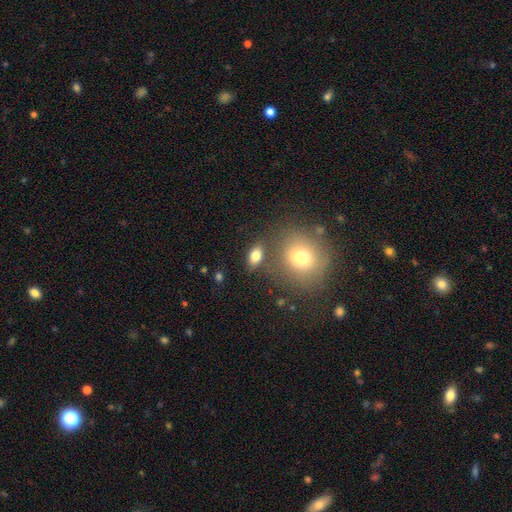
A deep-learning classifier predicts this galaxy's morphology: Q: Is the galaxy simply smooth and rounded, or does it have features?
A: smooth — 79%.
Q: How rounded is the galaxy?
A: in between — 81%.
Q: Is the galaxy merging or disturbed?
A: none — 73%.